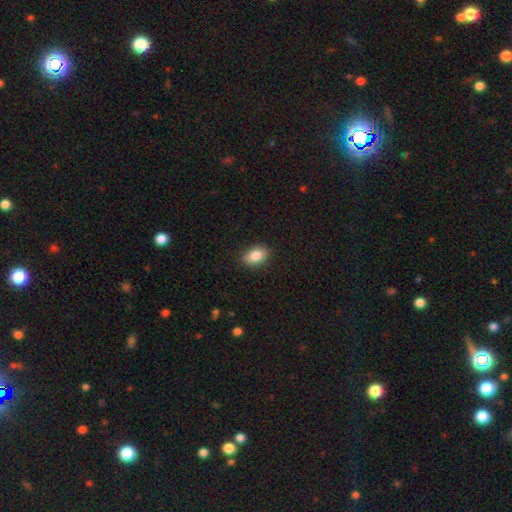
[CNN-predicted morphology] Smooth or featured?
  - smooth: 85% *
  - star or artifact: 7%
  - featured or disk: 7%
How rounded?
  - in between: 86% *
  - round: 12%
  - cigar-shaped: 2%
Merging?
  - none: 87% *
  - minor disturbance: 10%
  - major disturbance: 2%
  - merger: 1%